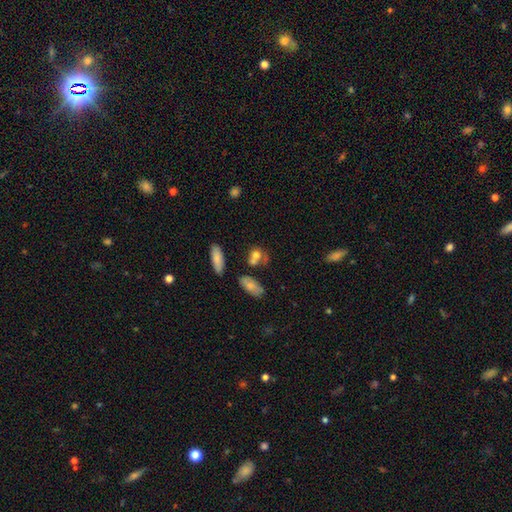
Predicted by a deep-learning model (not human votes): Smooth or featured?
  - smooth: 72% *
  - featured or disk: 17%
  - star or artifact: 11%
How rounded?
  - round: 51% *
  - in between: 45%
  - cigar-shaped: 4%
Merging?
  - none: 42% *
  - merger: 30%
  - minor disturbance: 17%
  - major disturbance: 11%